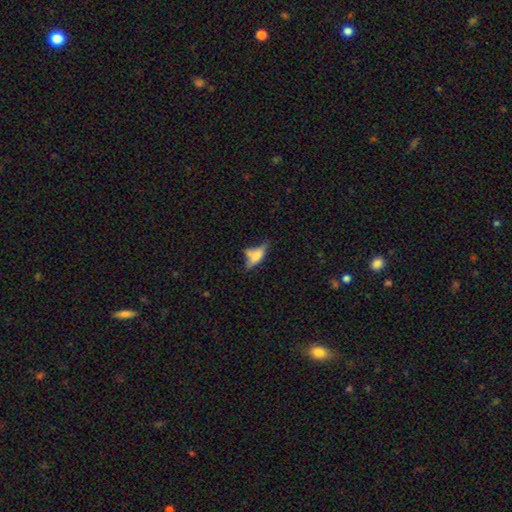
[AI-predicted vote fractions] smooth_or_featured: smooth (p=0.59) [alt: featured or disk p=0.31]
how_rounded: in between (p=0.56) [alt: cigar-shaped p=0.39]
merging: none (p=0.42) [alt: minor disturbance p=0.22]